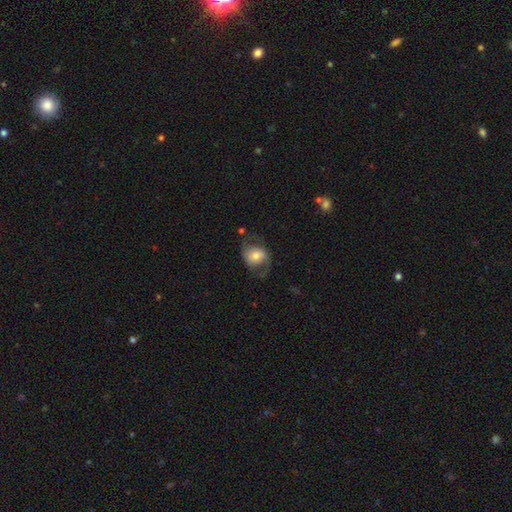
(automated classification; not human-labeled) This appears to be a featured or disk galaxy (49%). Merging: none (57%).